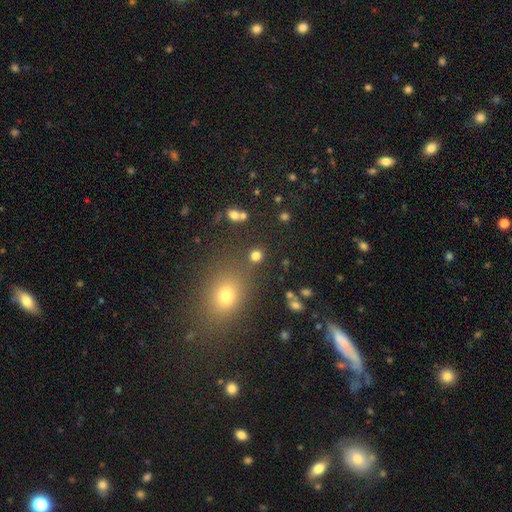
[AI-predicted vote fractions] Smooth or featured? smooth (77%)
How rounded? round (81%)
Merging? none (77%)